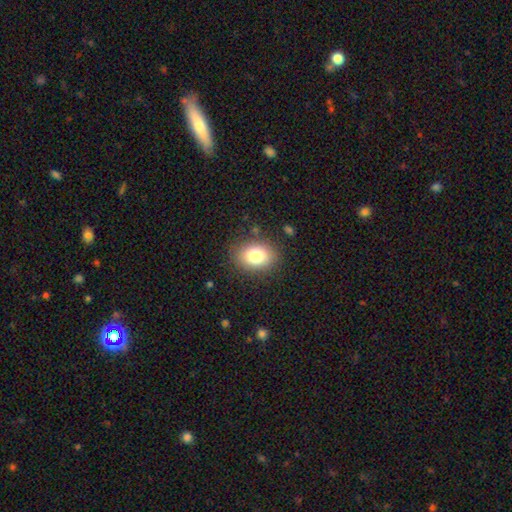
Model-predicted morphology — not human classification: type=smooth (82%); roundness=in between (68%); merging=none (84%).